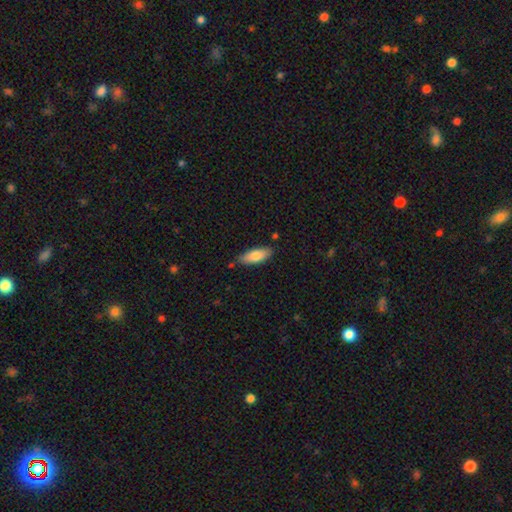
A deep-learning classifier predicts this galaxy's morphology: This is likely a smooth galaxy (79%). How rounded: likely in between (71%). Merging: likely none (80%).